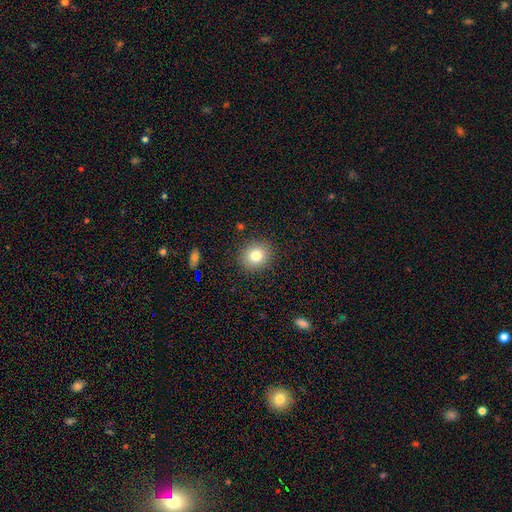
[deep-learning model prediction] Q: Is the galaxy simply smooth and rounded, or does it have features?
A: smooth — 81%.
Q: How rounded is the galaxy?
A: round — 79%.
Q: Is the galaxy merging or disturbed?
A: none — 89%.